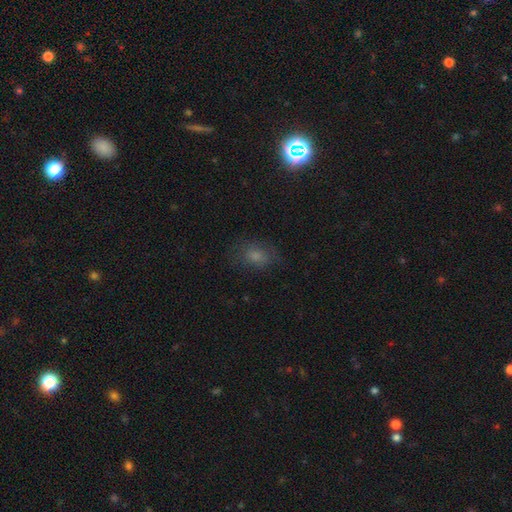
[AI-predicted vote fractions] A smooth galaxy with no disk features (70%) that is in between round and cigar-shaped (68%).

Vote fractions:
- Smooth or featured? smooth: 70% / star or artifact: 17% / featured or disk: 13%
- How rounded? in between: 68% / round: 30% / cigar-shaped: 2%
- Merging? none: 70% / minor disturbance: 20% / major disturbance: 9% / merger: 1%